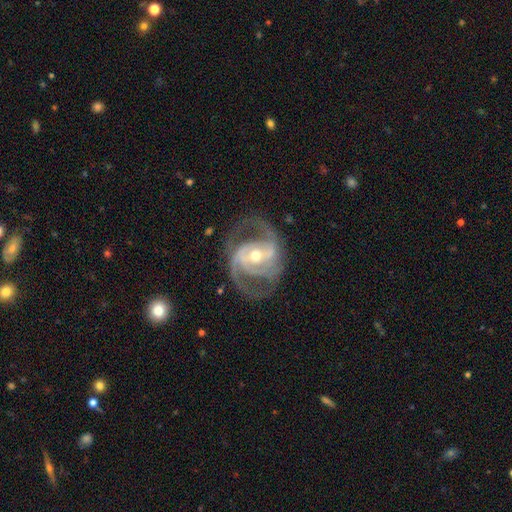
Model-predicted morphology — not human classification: This is clearly a featured or disk galaxy (91%). It is clearly not viewed edge-on (97%). Bar: marginally weak (38%). Spiral arm pattern: clearly yes (97%). Spiral arm count: likely 2 (68%). Spiral winding: possibly medium (57%). Central bulge: possibly moderate (55%). Merging: likely none (70%).